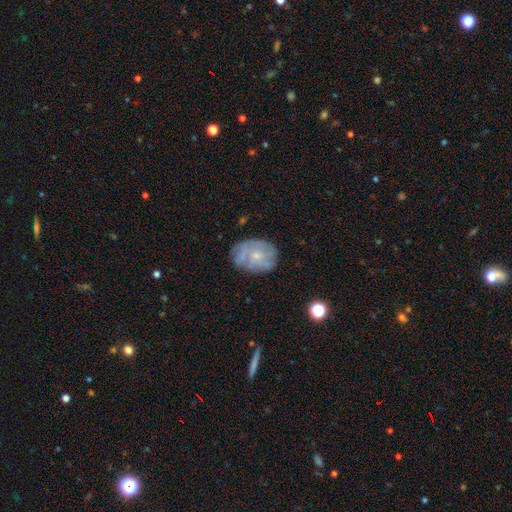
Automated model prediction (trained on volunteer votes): smooth-or-featured: featured or disk: 56% | smooth: 35% | star or artifact: 9%
  disk-edge-on: no: 97% | yes: 3%
    bar: no: 83% | weak: 14% | strong: 2%
    has-spiral-arms: yes: 58% | no: 42%
    bulge-size: small: 67% | moderate: 26% | none: 5% | large: 1% | dominant: 1%
  merging: none: 68% | minor disturbance: 22% | major disturbance: 8% | merger: 2%